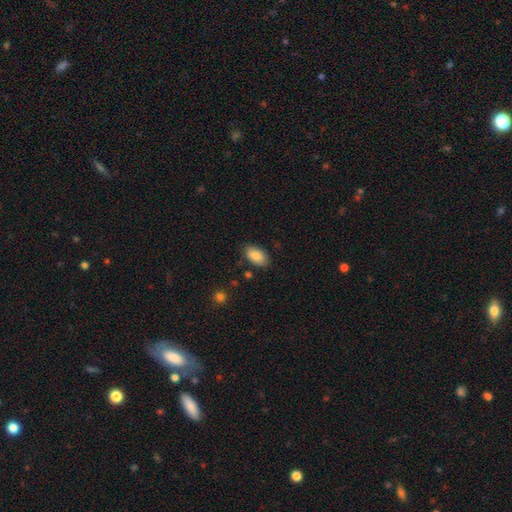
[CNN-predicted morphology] Smooth or featured? Predicted: smooth (p=0.85). How rounded? Predicted: in between (p=0.93). Merging? Predicted: none (p=0.83).